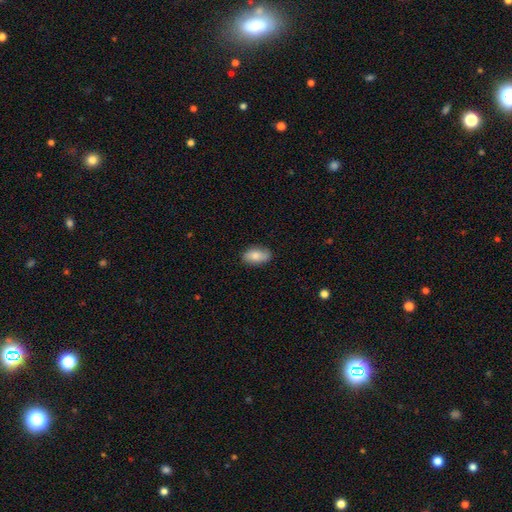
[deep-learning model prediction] This is likely a smooth galaxy (78%). How rounded: clearly in between (91%). Merging: clearly none (81%).